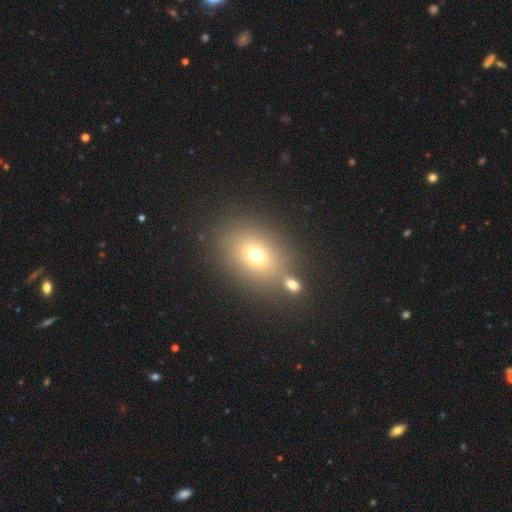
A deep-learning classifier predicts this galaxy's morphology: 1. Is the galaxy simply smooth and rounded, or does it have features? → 70% smooth, 16% star or artifact, 14% featured or disk.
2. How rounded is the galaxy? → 59% in between, 40% round, 1% cigar-shaped.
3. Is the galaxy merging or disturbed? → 67% none, 18% merger, 10% minor disturbance, 5% major disturbance.